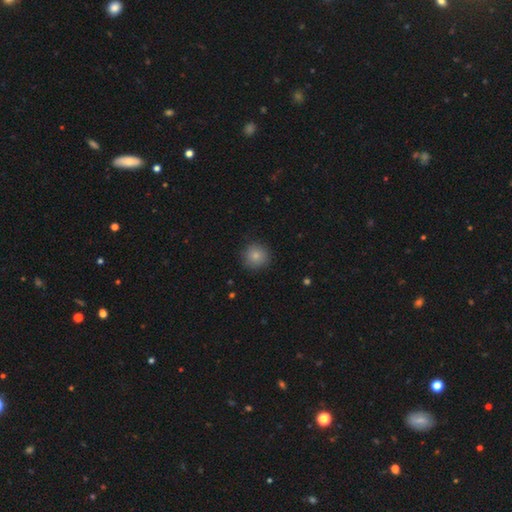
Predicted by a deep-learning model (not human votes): Smooth or featured? smooth (83%)
How rounded? round (94%)
Merging? none (89%)